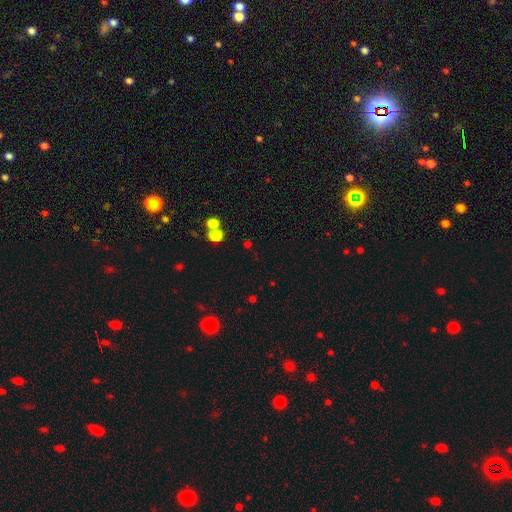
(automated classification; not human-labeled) Morphology: type=smooth (51%); roundness=round (80%); merging=none (70%).